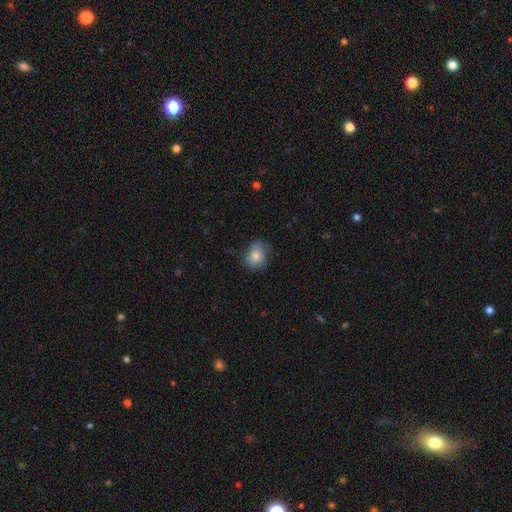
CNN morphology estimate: A smooth galaxy with no disk features (81%) that is round (52%). Merging: none (68%).